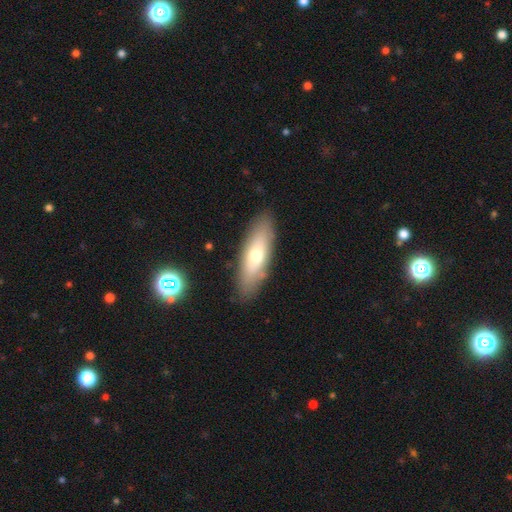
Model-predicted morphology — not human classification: A smooth galaxy with no disk features (61%) that is in between round and cigar-shaped (60%).

Vote fractions:
- Smooth or featured? smooth: 61% / featured or disk: 32% / star or artifact: 7%
- How rounded? in between: 60% / cigar-shaped: 37% / round: 3%
- Merging? none: 85% / minor disturbance: 11% / major disturbance: 3% / merger: 2%